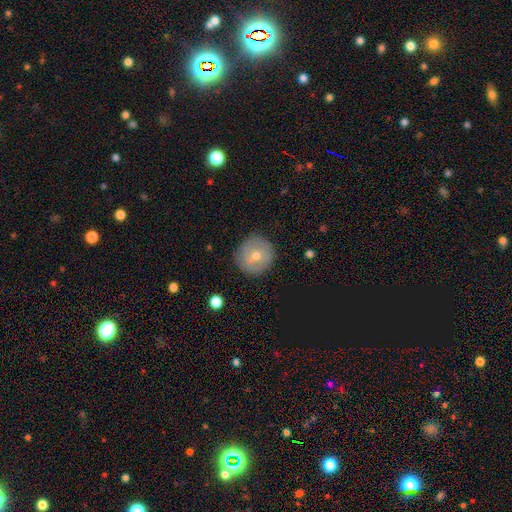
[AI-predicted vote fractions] Smooth or featured?
  - smooth: 52% *
  - featured or disk: 37%
  - star or artifact: 11%
How rounded?
  - round: 94% *
  - in between: 5%
  - cigar-shaped: 1%
Merging?
  - none: 87% *
  - minor disturbance: 9%
  - major disturbance: 2%
  - merger: 1%